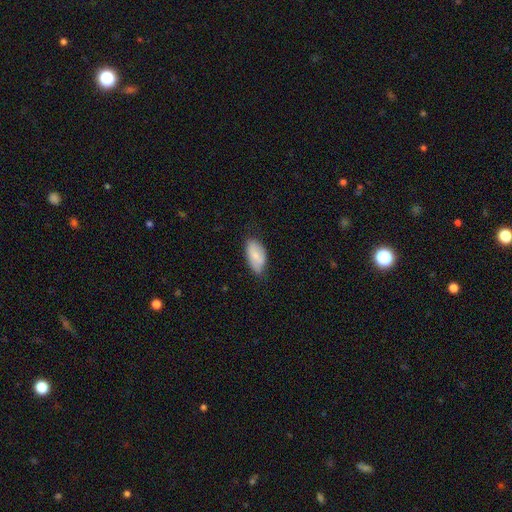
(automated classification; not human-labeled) Morphology: type=smooth (75%); roundness=in between (94%); merging=none (61%).